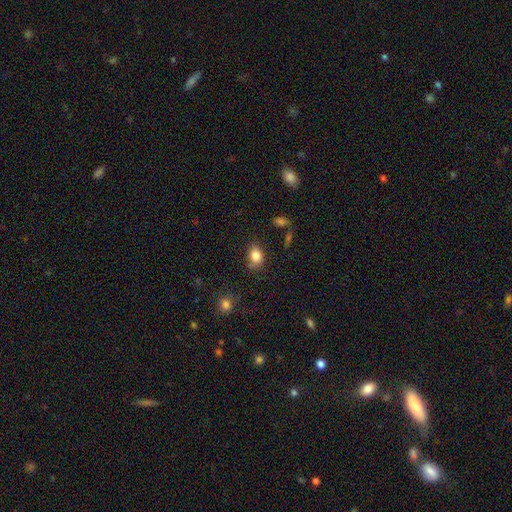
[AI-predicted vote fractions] This is clearly a smooth galaxy (82%). How rounded: likely in between (76%). Merging: likely none (66%).